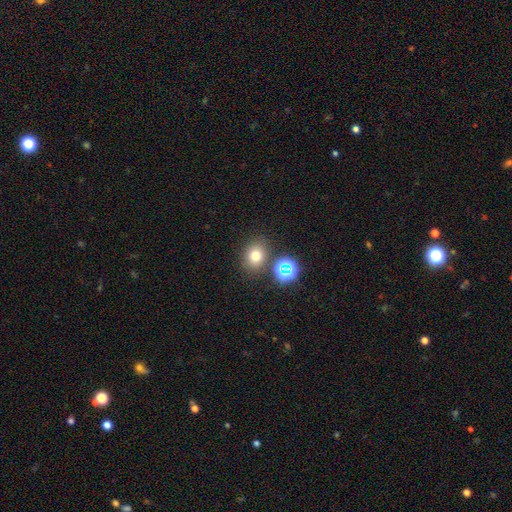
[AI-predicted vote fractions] A smooth galaxy with no disk features (72%) that is round (58%).

Vote fractions:
- Smooth or featured? smooth: 72% / star or artifact: 19% / featured or disk: 9%
- How rounded? round: 58% / in between: 41% / cigar-shaped: 1%
- Merging? none: 78% / minor disturbance: 10% / merger: 9% / major disturbance: 3%